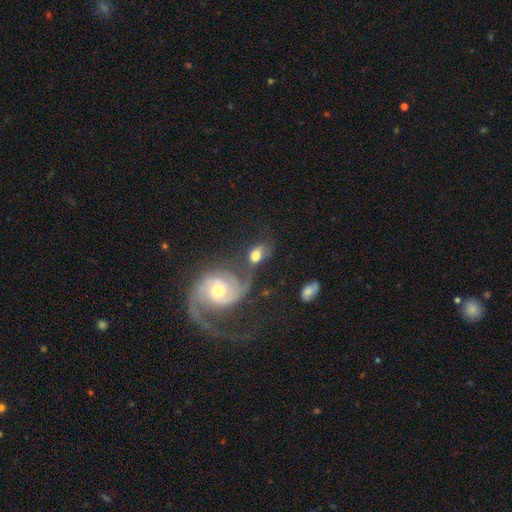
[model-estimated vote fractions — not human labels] Q: Smooth or featured?
A: smooth (48%); runner-up: featured or disk (42%)
Q: Merging?
A: none (34%); tied with: merger (34%)